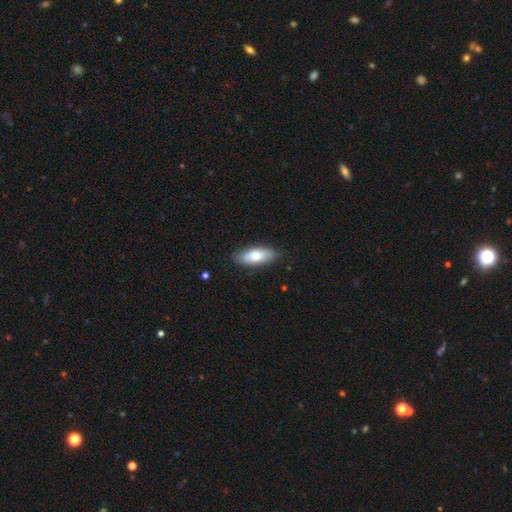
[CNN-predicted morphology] Q: Smooth or featured?
A: smooth (78%); runner-up: featured or disk (16%)
Q: How rounded?
A: in between (74%); runner-up: cigar-shaped (23%)
Q: Merging?
A: none (85%); runner-up: minor disturbance (12%)